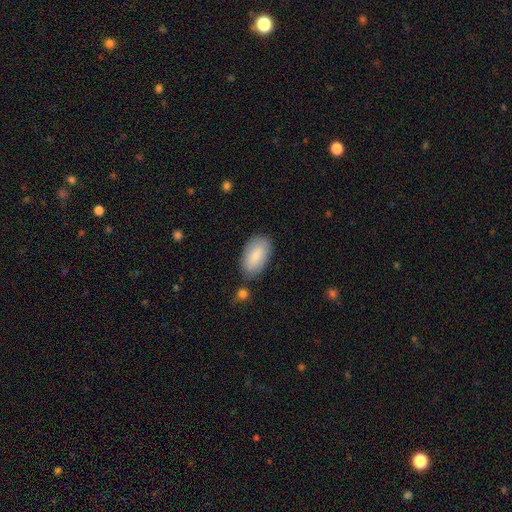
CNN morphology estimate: smooth 80%, featured or disk 14%, star or artifact 6%. Down the decision tree: how rounded — in between (94%); merging — none (76%).